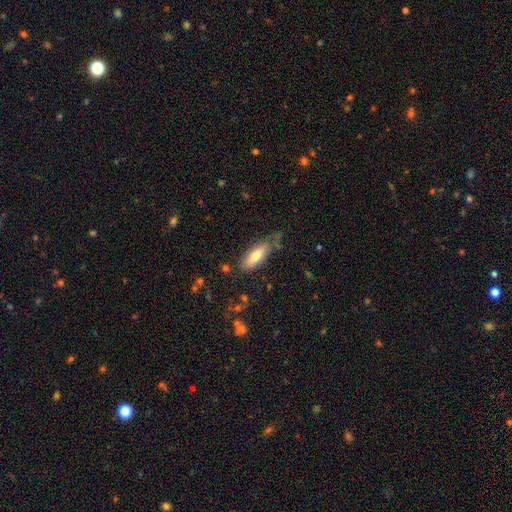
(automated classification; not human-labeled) A smooth galaxy with no disk features (70%) that is in between round and cigar-shaped (62%).

Vote fractions:
- Smooth or featured? smooth: 70% / featured or disk: 23% / star or artifact: 6%
- How rounded? in between: 62% / cigar-shaped: 36% / round: 2%
- Merging? none: 60% / minor disturbance: 27% / major disturbance: 9% / merger: 3%